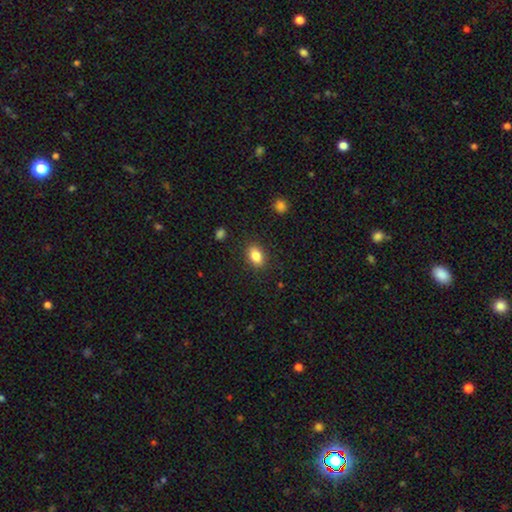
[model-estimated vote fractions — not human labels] Smooth or featured? smooth (85%)
How rounded? in between (84%)
Merging? none (87%)